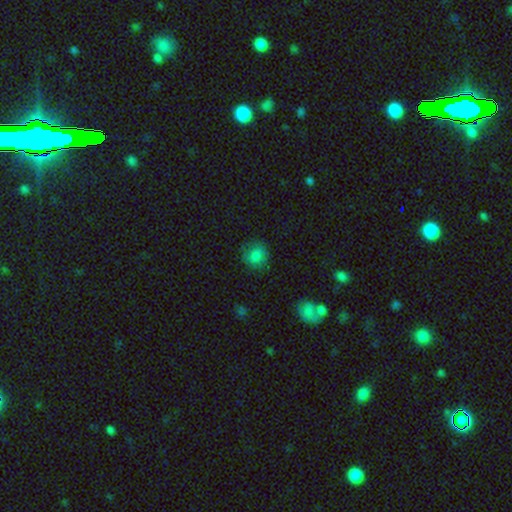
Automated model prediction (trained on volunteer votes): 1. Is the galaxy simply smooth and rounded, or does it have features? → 82% smooth, 11% star or artifact, 7% featured or disk.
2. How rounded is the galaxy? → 83% round, 16% in between, 1% cigar-shaped.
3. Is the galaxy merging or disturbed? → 78% none, 16% minor disturbance, 5% major disturbance, 1% merger.